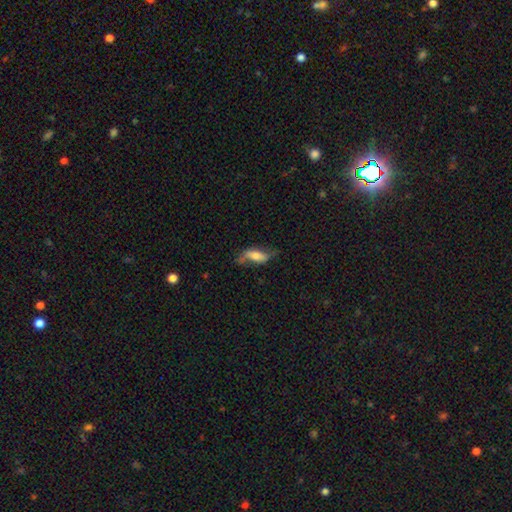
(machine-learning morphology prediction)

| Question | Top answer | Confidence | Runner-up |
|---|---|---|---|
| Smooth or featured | smooth | 56% | featured or disk (36%) |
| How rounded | in between | 73% | cigar-shaped (24%) |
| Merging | none | 47% | minor disturbance (30%) |